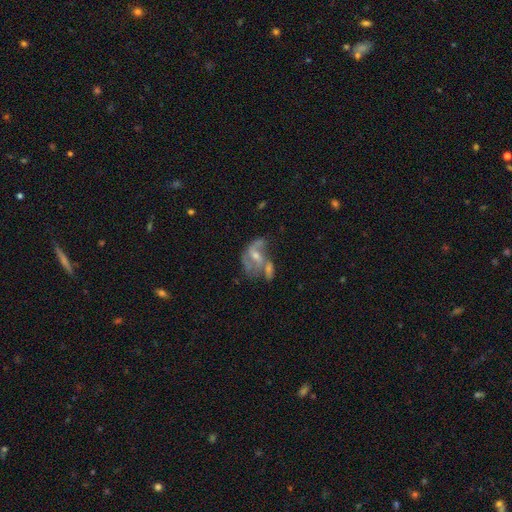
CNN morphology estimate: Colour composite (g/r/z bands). It shows a featured or disk galaxy (72%) with no bar (49%), 2 (52%) loose (44%) spiral arms (74%) and a moderate central bulge (46%). Merging: merger (38%).